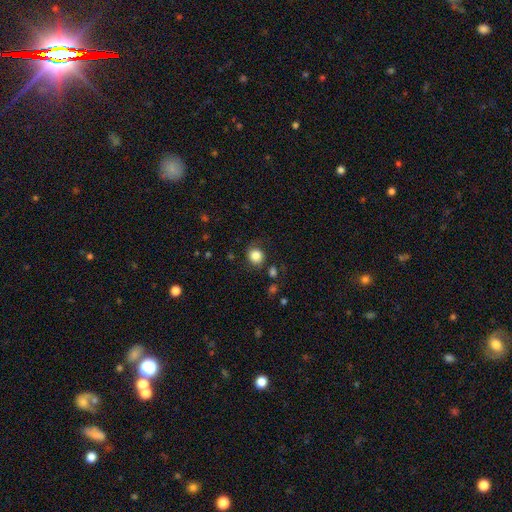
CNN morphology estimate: The model was most divided on "merging": none: 70%, minor disturbance: 19%, major disturbance: 8%, merger: 3%. More confident: smooth or featured — smooth (84%); how rounded — round (80%).